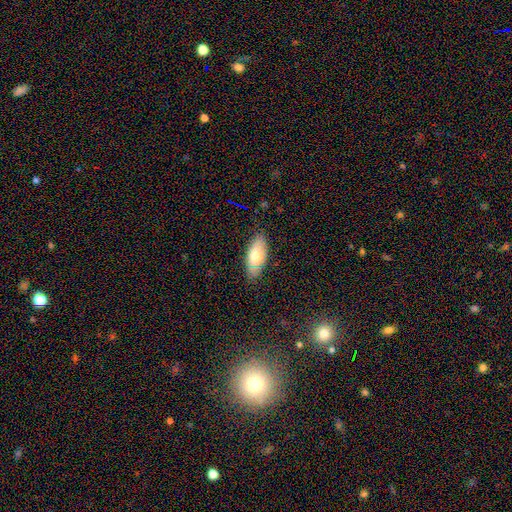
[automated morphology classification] This appears to be a smooth galaxy with no disk features (69%) that is in between round and cigar-shaped (86%). Merging: none (79%).